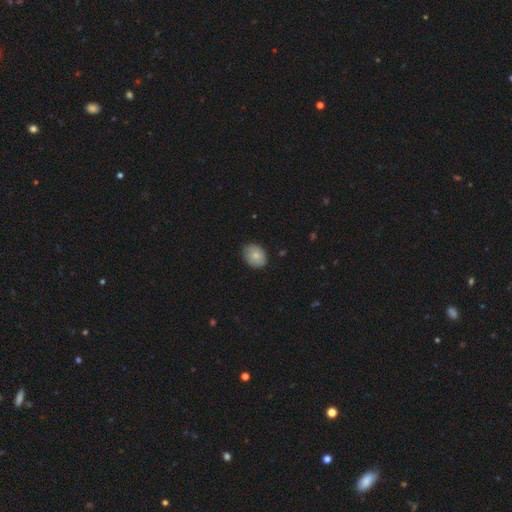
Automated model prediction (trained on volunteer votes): The model was most divided on "how rounded": in between: 58%, round: 41%, cigar-shaped: 1%. More confident: merging — none (84%); smooth or featured — smooth (80%).